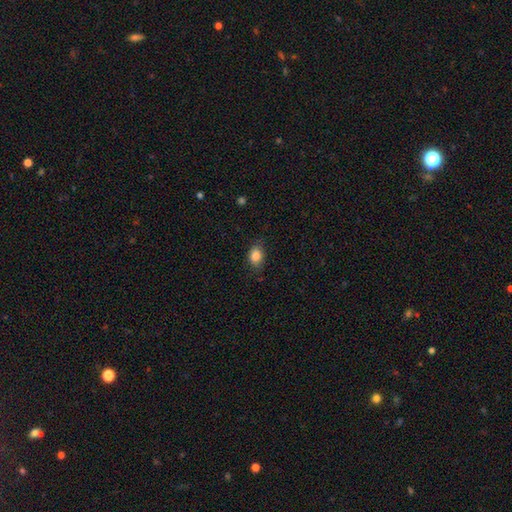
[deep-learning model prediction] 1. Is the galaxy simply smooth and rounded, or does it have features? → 84% smooth, 9% star or artifact, 6% featured or disk.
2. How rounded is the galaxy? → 70% in between, 29% round, 1% cigar-shaped.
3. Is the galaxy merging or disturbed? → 76% none, 19% minor disturbance, 4% major disturbance, 1% merger.